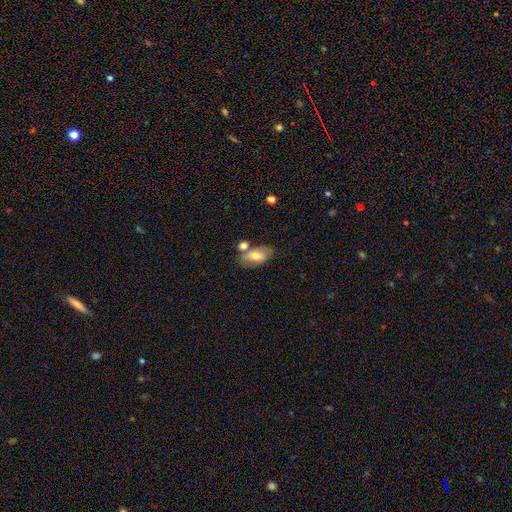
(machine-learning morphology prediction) Overall: smooth (68%). How rounded: in between (90%). Merging: none (54%; merger 22%).